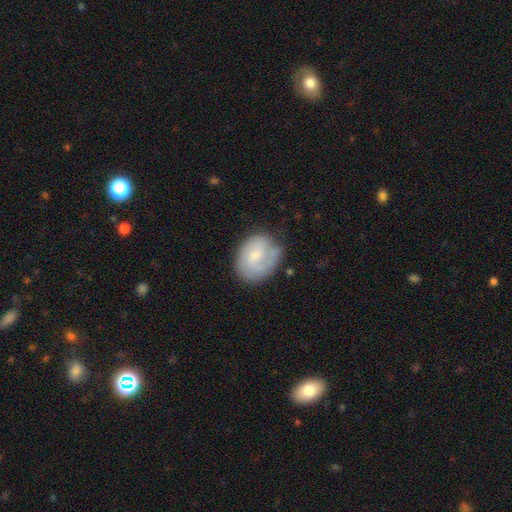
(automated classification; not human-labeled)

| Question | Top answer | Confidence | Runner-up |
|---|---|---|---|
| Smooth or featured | featured or disk | 54% | smooth (39%) |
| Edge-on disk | no | 97% | yes (3%) |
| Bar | no | 53% | weak (41%) |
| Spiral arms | yes | 82% | no (18%) |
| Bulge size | small | 53% | moderate (33%) |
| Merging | none | 60% | minor disturbance (26%) |